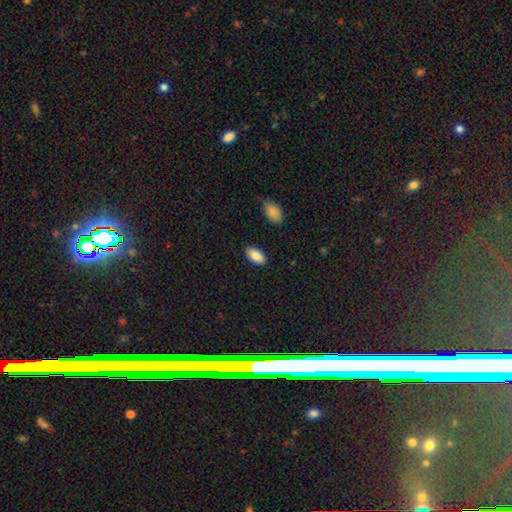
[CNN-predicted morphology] This appears to be a smooth galaxy with no disk features (88%) that is in between round and cigar-shaped (94%). Merging: none (88%).